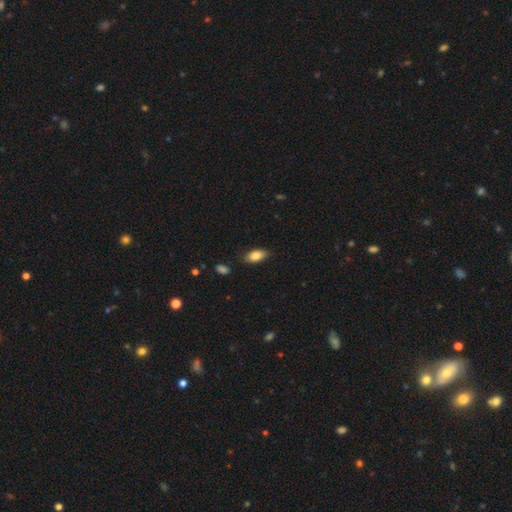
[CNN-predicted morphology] A smooth galaxy with no disk features (84%) that is in between round and cigar-shaped (90%).

Vote fractions:
- Smooth or featured? smooth: 84% / featured or disk: 9% / star or artifact: 7%
- How rounded? in between: 90% / cigar-shaped: 6% / round: 4%
- Merging? none: 80% / minor disturbance: 15% / major disturbance: 3% / merger: 2%